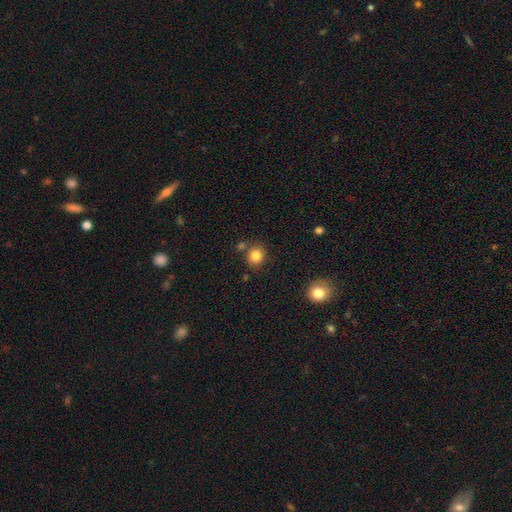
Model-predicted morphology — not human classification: This is clearly a smooth galaxy (83%). How rounded: clearly round (81%). Merging: likely none (76%).